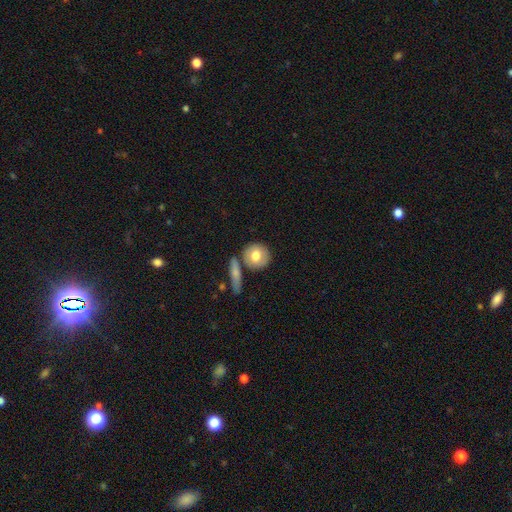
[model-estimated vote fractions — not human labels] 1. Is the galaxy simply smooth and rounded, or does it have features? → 72% smooth, 22% featured or disk, 6% star or artifact.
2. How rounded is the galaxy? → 82% round, 15% in between, 3% cigar-shaped.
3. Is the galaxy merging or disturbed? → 74% none, 13% merger, 11% minor disturbance, 3% major disturbance.